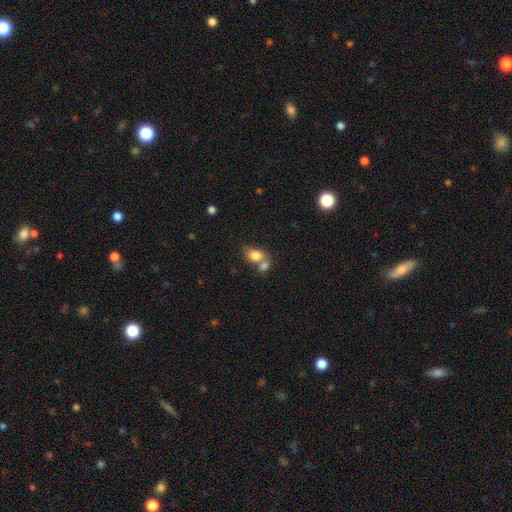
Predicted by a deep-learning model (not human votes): Smooth or featured? smooth (78%)
How rounded? in between (73%)
Merging? merger (58%)